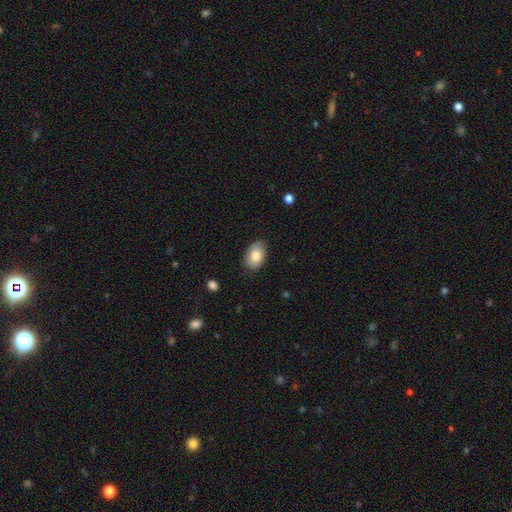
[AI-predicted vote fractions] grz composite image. It shows a smooth galaxy with no disk features (82%) that is in between round and cigar-shaped (89%). Merging: none (80%).